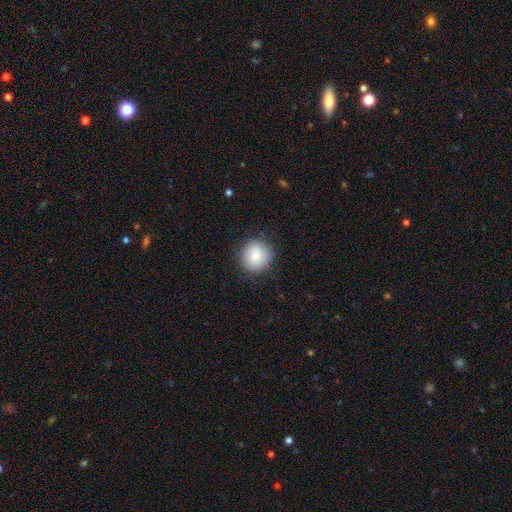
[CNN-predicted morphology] Overall: smooth (83%). How rounded: round (91%). Merging: none (86%).